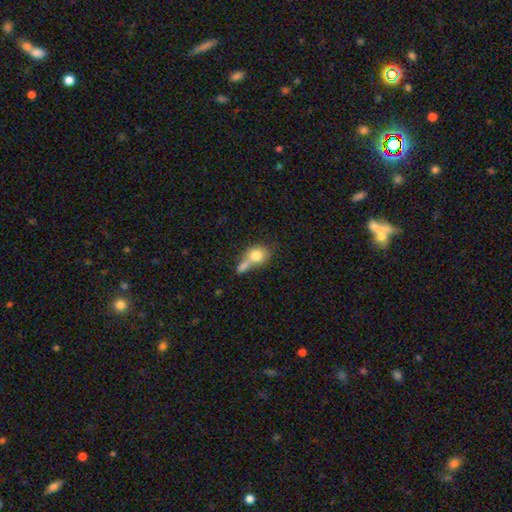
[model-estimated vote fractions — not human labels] Morphology: type=smooth (77%); roundness=round (54%); merging=merger (55%).